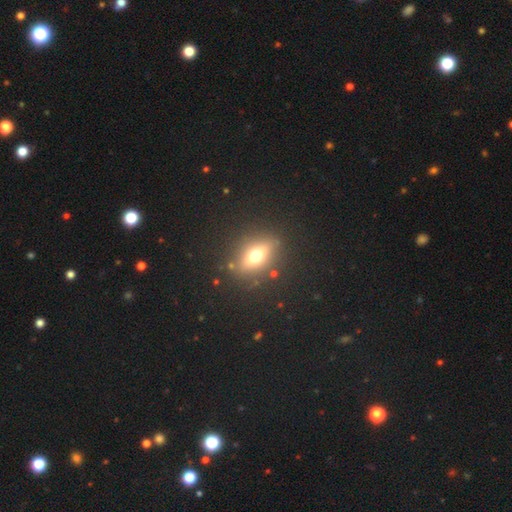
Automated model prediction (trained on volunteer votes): This appears to be a smooth galaxy with no disk features (60%) that is in between round and cigar-shaped (68%). Merging: none (83%).